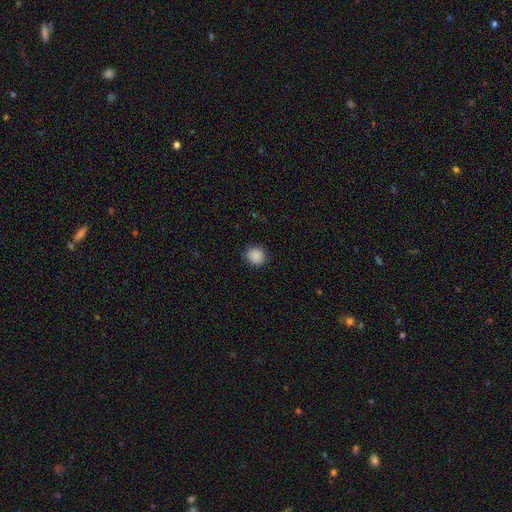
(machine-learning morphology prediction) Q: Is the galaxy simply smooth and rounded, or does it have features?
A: smooth — 89%.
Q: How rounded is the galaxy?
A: round — 83%.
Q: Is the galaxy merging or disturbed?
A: none — 88%.